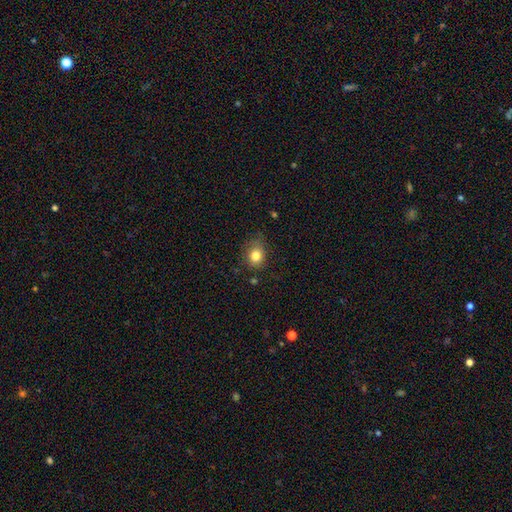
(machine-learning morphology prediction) Overall: smooth (81%). How rounded: round (59%; in between 40%). Merging: none (69%).